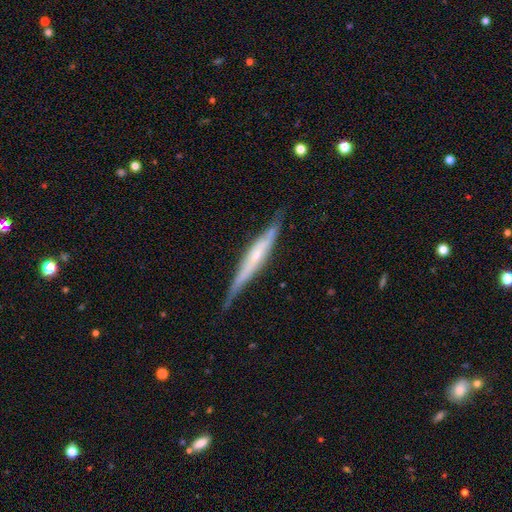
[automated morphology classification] Smooth or featured? featured or disk (66%)
Edge-on disk? yes (91%)
Edge-on bulge? rounded (47%)
Merging? none (75%)